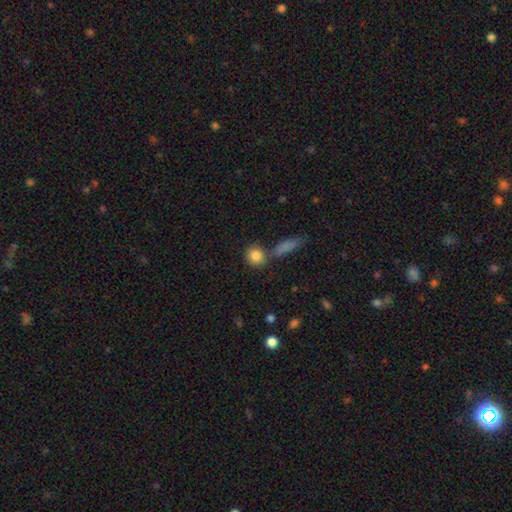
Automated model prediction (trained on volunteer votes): The model was most divided on "merging": none: 70%, merger: 16%, minor disturbance: 10%, major disturbance: 4%. More confident: smooth or featured — smooth (84%); how rounded — round (81%).